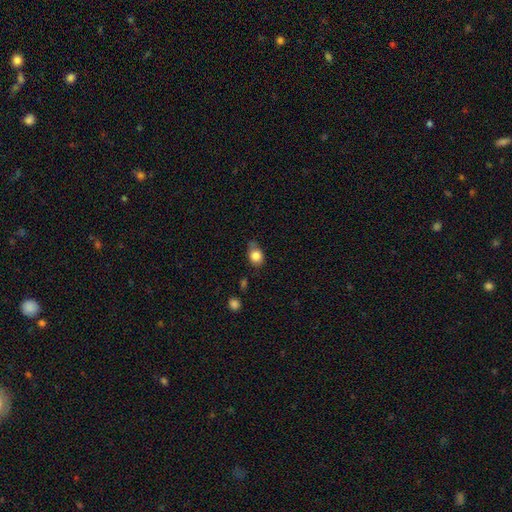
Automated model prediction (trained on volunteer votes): The model was most divided on "how rounded": round: 50%, in between: 49%, cigar-shaped: 1%. More confident: smooth or featured — smooth (83%); merging — none (61%).